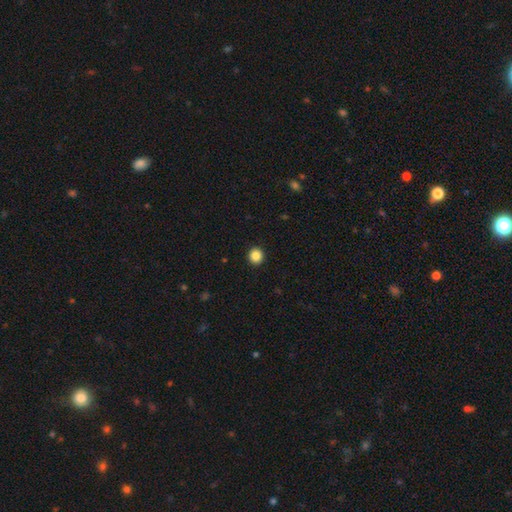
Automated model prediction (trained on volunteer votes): Q: Smooth or featured?
A: smooth (87%); runner-up: star or artifact (10%)
Q: How rounded?
A: round (90%); runner-up: in between (9%)
Q: Merging?
A: none (93%); runner-up: minor disturbance (4%)